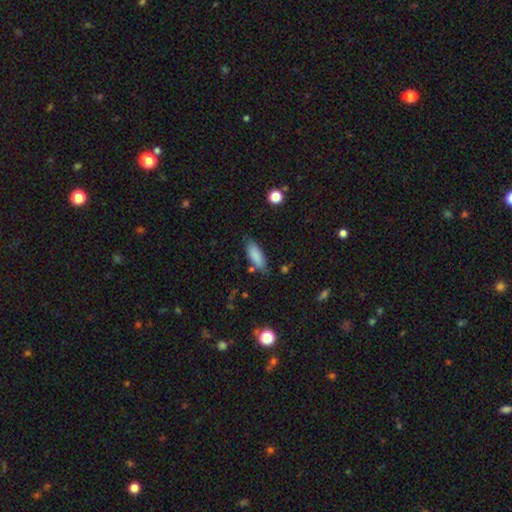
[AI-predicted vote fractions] A smooth galaxy with no disk features (86%) that is in between round and cigar-shaped (74%).

Vote fractions:
- Smooth or featured? smooth: 86% / star or artifact: 7% / featured or disk: 7%
- How rounded? in between: 74% / cigar-shaped: 24% / round: 2%
- Merging? none: 75% / minor disturbance: 18% / merger: 4% / major disturbance: 4%